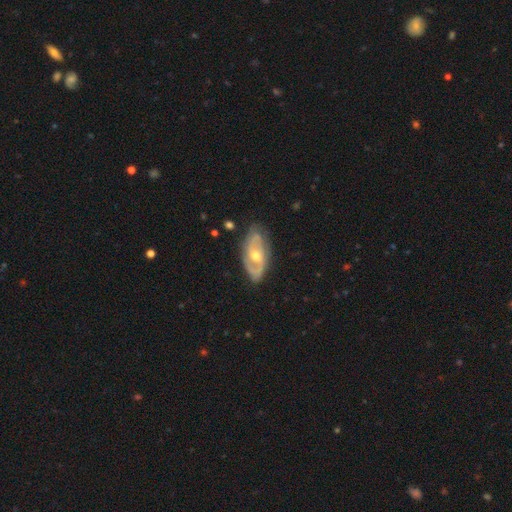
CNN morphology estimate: This is likely a featured or disk galaxy (79%). It is clearly not viewed edge-on (92%). Bar: possibly no (50%). Spiral arm pattern: clearly yes (84%). Spiral arm count: likely 2 (69%). Spiral winding: marginally medium (42%). Central bulge: likely moderate (66%). Merging: likely none (74%).